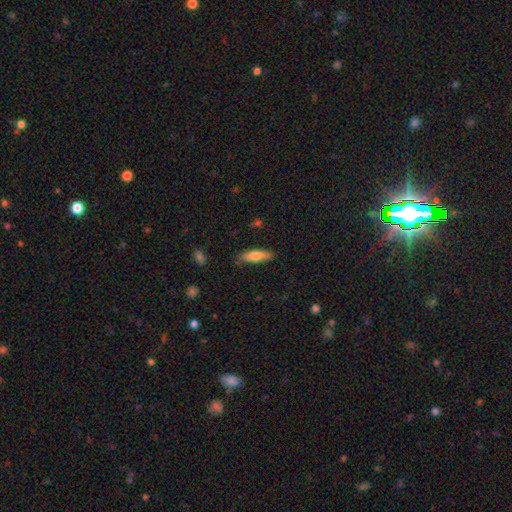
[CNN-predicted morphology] The model was most divided on "how rounded": cigar-shaped: 59%, in between: 39%, round: 2%. More confident: merging — none (78%); smooth or featured — smooth (73%).